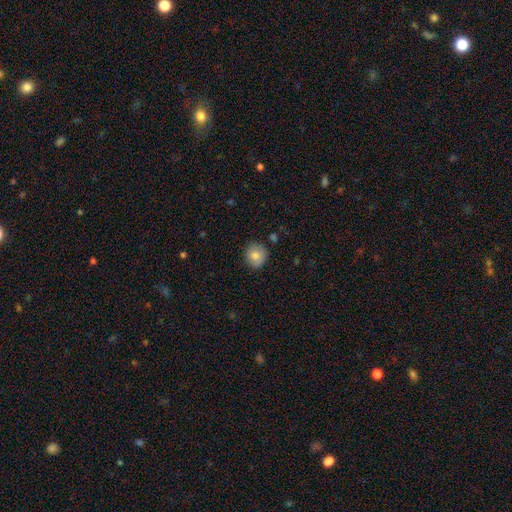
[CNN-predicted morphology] A smooth galaxy with no disk features (80%) that is round (87%).

Vote fractions:
- Smooth or featured? smooth: 80% / featured or disk: 11% / star or artifact: 9%
- How rounded? round: 87% / in between: 12% / cigar-shaped: 1%
- Merging? none: 83% / minor disturbance: 13% / major disturbance: 2% / merger: 2%